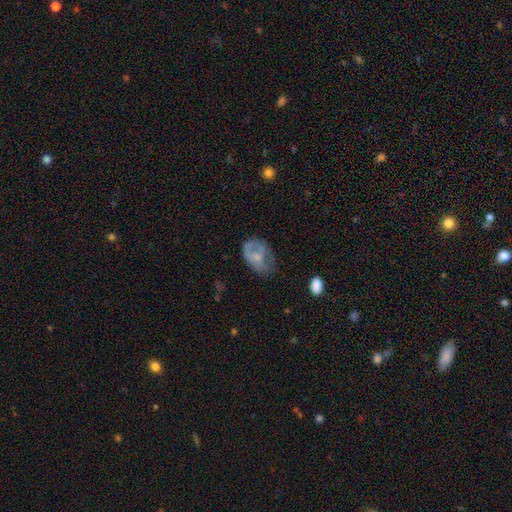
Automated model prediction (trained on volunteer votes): A smooth galaxy with no disk features (54%) that is in between round and cigar-shaped (80%).

Vote fractions:
- Smooth or featured? smooth: 54% / featured or disk: 38% / star or artifact: 8%
- How rounded? in between: 80% / round: 19% / cigar-shaped: 1%
- Merging? none: 35% / minor disturbance: 33% / major disturbance: 30% / merger: 2%